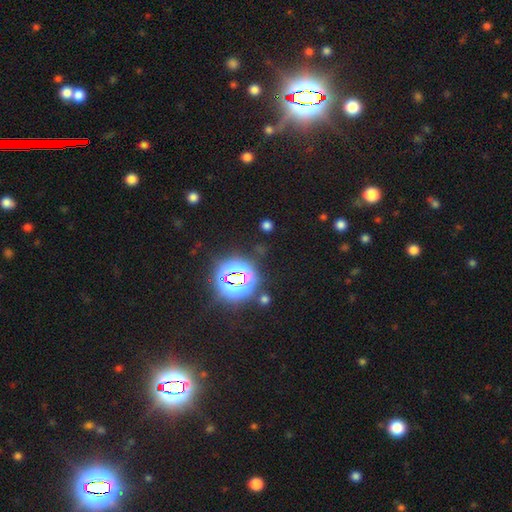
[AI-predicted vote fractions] Q: Smooth or featured?
A: star or artifact (79%); runner-up: smooth (14%)